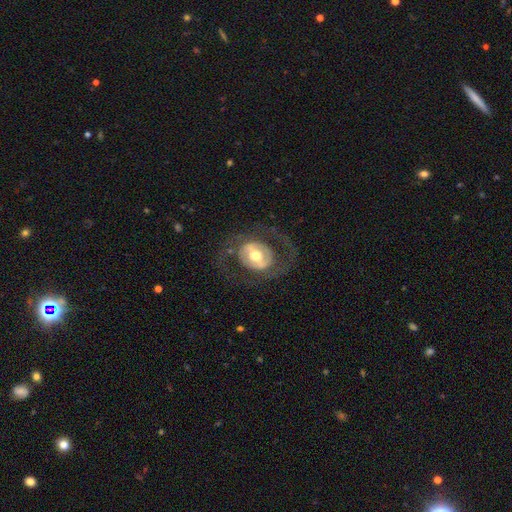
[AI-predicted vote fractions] Overall: featured or disk (71%). Edge-on disk: no (95%). Bar: no (36%; weak 35%). Spiral arms: no (53%; yes 47%). Bulge size: moderate (70%). Merging: none (69%).